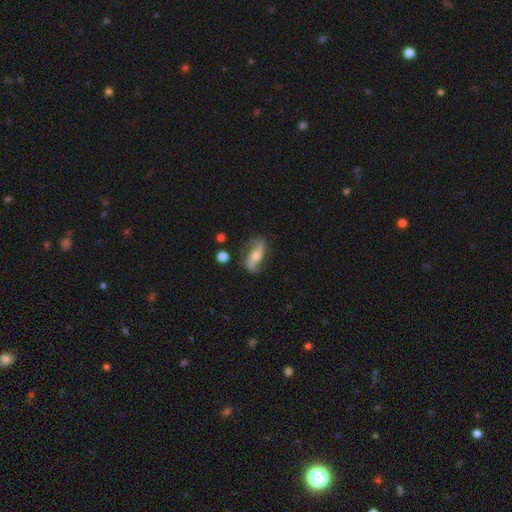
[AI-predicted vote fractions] smooth-or-featured: featured or disk: 69% | smooth: 24% | star or artifact: 7%
  disk-edge-on: no: 80% | yes: 20%
    bar: no: 40% | strong: 38% | weak: 22%
    has-spiral-arms: yes: 84% | no: 16%
    bulge-size: moderate: 58% | small: 36% | large: 3% | none: 2% | dominant: 1%
  merging: none: 75% | minor disturbance: 17% | major disturbance: 6% | merger: 2%